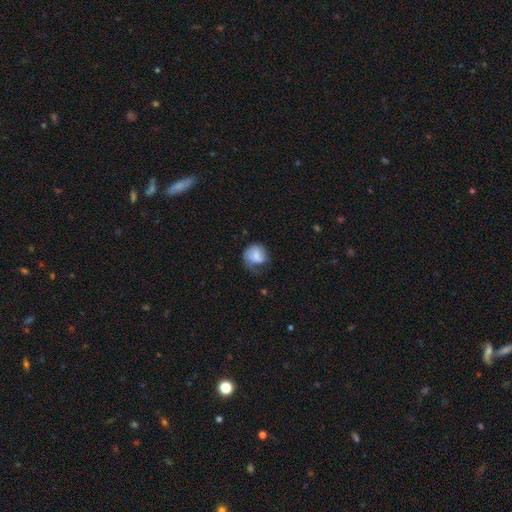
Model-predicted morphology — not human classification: This is likely a smooth galaxy (67%). How rounded: likely round (70%). Merging: marginally none (36%).